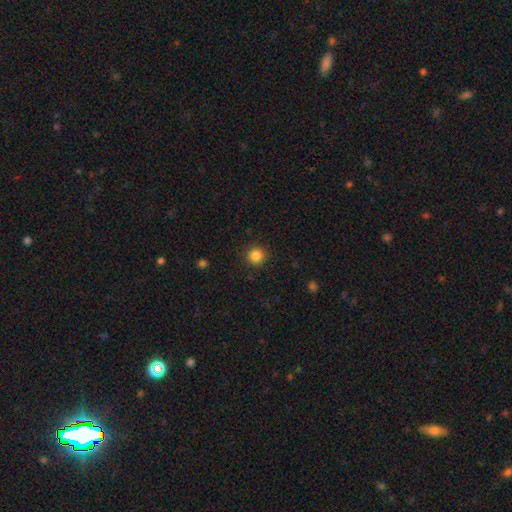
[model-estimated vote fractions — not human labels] Smooth or featured?
  - smooth: 85% *
  - star or artifact: 11%
  - featured or disk: 4%
How rounded?
  - round: 94% *
  - in between: 5%
  - cigar-shaped: 1%
Merging?
  - none: 90% *
  - minor disturbance: 6%
  - major disturbance: 2%
  - merger: 1%